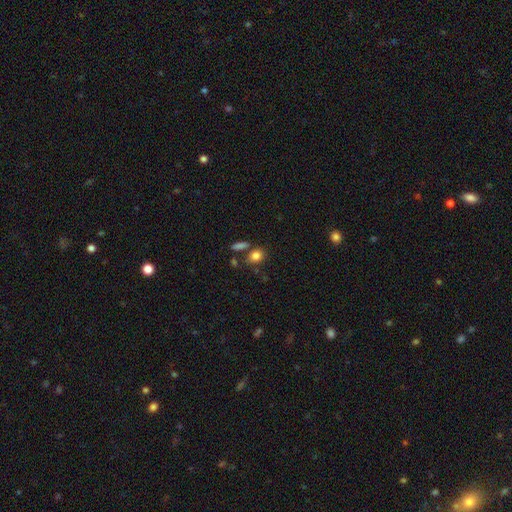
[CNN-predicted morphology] type=smooth (83%); roundness=round (54%); merging=none (68%).